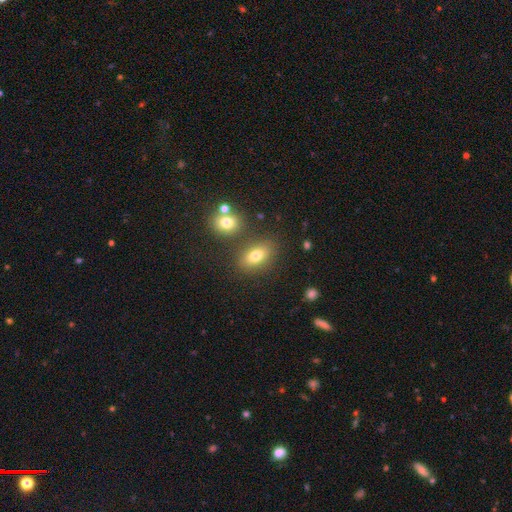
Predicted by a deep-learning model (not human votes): The model was most divided on "smooth or featured": smooth: 76%, featured or disk: 13%, star or artifact: 11%. More confident: how rounded — in between (84%); merging — none (75%).